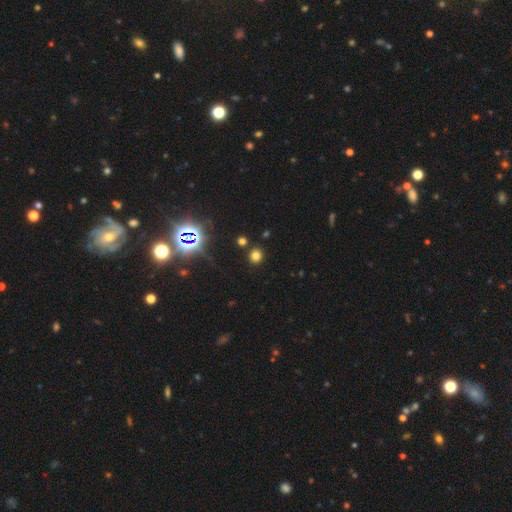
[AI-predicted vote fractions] Smooth or featured? Predicted: smooth (p=0.71). How rounded? Predicted: round (p=0.85). Merging? Predicted: none (p=0.86).